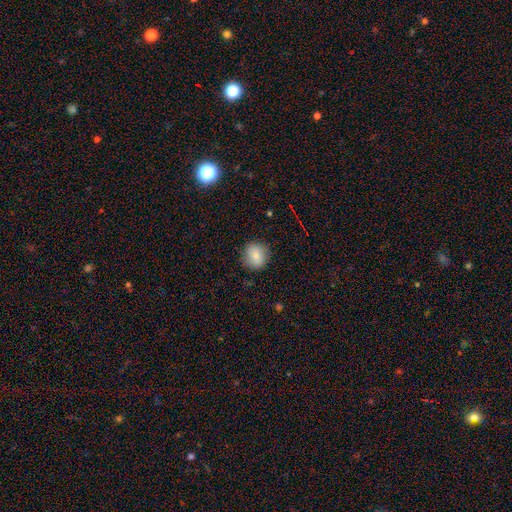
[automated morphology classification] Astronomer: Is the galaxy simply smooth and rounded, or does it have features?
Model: smooth — 80%.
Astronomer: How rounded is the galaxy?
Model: round — 89%.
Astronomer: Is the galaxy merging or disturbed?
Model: none — 86%.